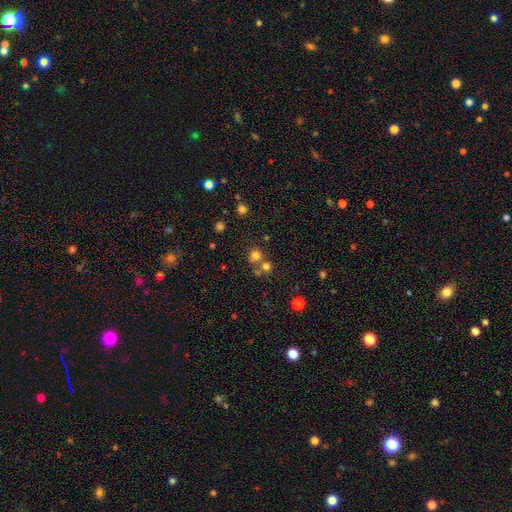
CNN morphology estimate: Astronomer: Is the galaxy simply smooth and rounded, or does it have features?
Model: smooth — 72%.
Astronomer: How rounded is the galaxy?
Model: round — 88%.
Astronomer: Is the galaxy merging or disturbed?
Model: none — 60%.